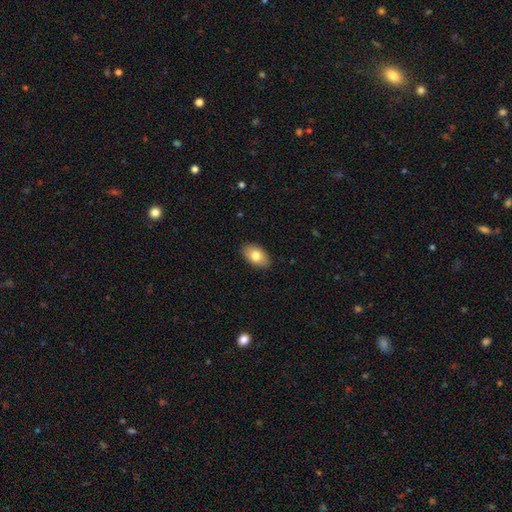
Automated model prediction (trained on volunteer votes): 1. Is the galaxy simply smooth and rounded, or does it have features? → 79% smooth, 14% featured or disk, 7% star or artifact.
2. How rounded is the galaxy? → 92% in between, 6% round, 1% cigar-shaped.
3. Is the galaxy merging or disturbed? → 89% none, 8% minor disturbance, 2% major disturbance, 1% merger.